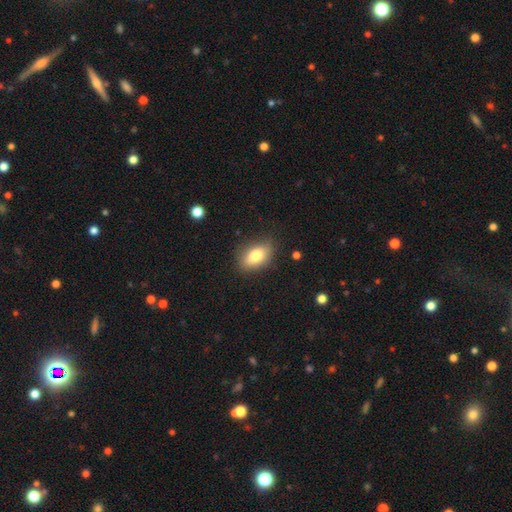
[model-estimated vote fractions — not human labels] This is likely a smooth galaxy (78%). How rounded: clearly in between (85%). Merging: clearly none (83%).